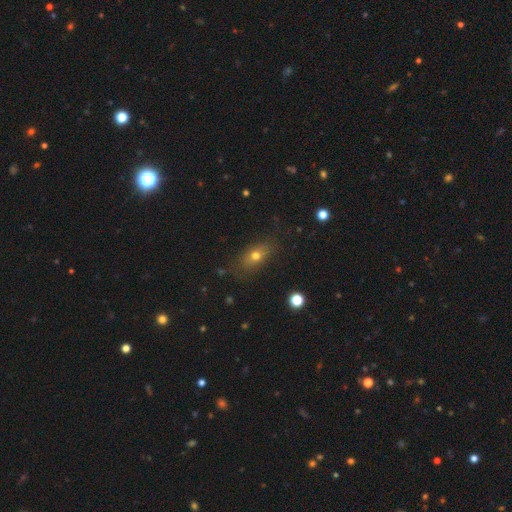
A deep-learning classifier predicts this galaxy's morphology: A smooth galaxy with no disk features (68%) that is in between round and cigar-shaped (73%). Merging: none (75%).